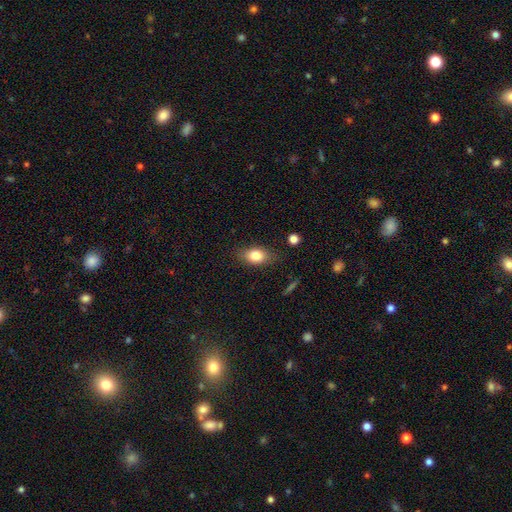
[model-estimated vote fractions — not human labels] Smooth or featured?
  - smooth: 81% *
  - featured or disk: 11%
  - star or artifact: 8%
How rounded?
  - in between: 81% *
  - round: 15%
  - cigar-shaped: 4%
Merging?
  - none: 80% *
  - minor disturbance: 14%
  - major disturbance: 4%
  - merger: 2%